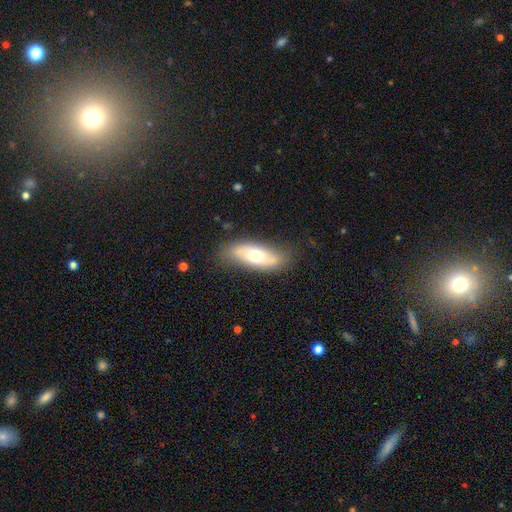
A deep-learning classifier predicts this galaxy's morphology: Smooth or featured? smooth (59%)
How rounded? in between (76%)
Merging? none (81%)